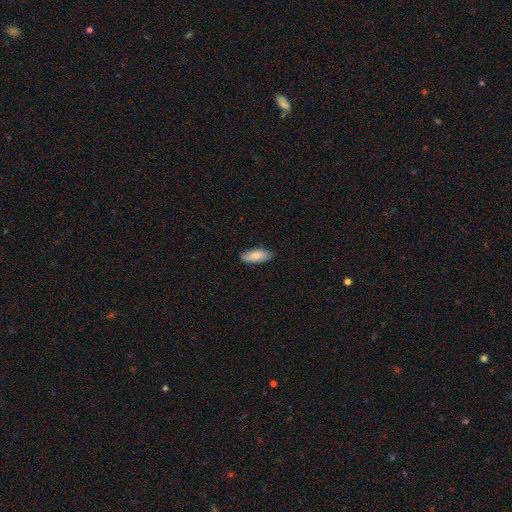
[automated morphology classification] This is clearly a smooth galaxy (86%). How rounded: likely in between (77%). Merging: clearly none (86%).